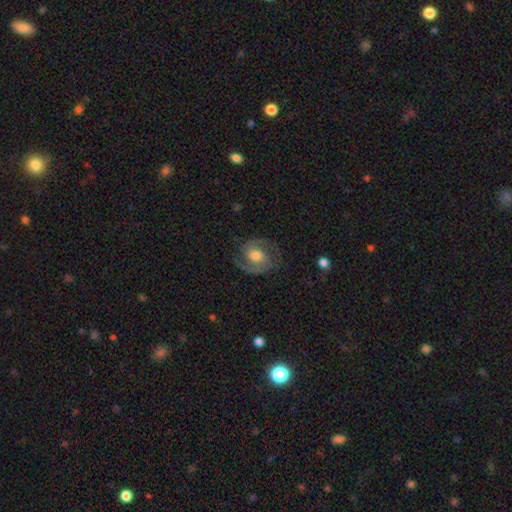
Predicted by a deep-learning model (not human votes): Smooth or featured? featured or disk (78%)
Edge-on disk? no (97%)
Bar? no (50%)
Spiral arms? yes (94%)
Spiral winding? medium (54%)
Spiral arm count? 2 (90%)
Bulge size? moderate (61%)
Merging? none (77%)